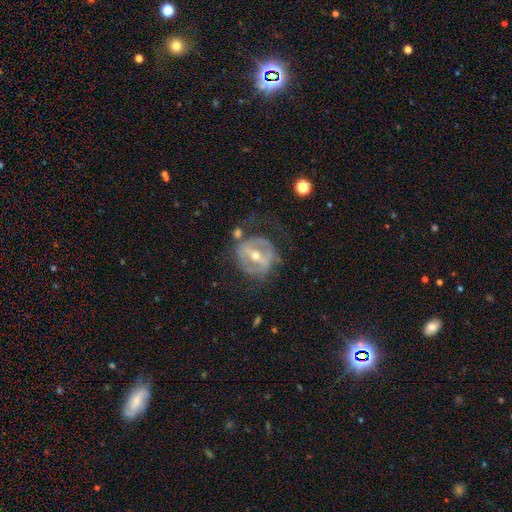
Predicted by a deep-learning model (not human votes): Smooth or featured? featured or disk (80%)
Edge-on disk? no (94%)
Bar? strong (61%)
Spiral arms? yes (57%)
Bulge size? moderate (57%)
Merging? none (52%)